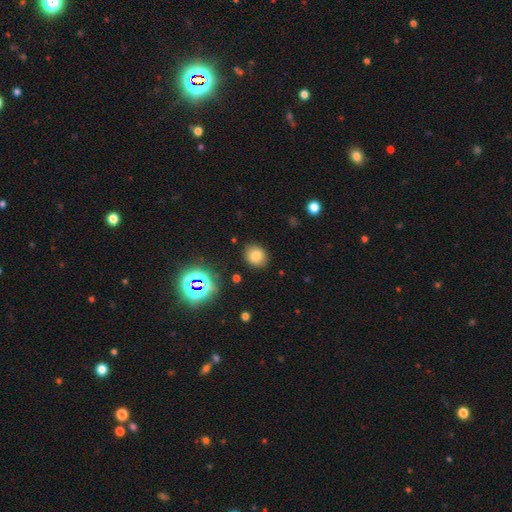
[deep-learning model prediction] smooth 76%, star or artifact 16%, featured or disk 8%. Down the decision tree: how rounded — round (64%); merging — none (86%).